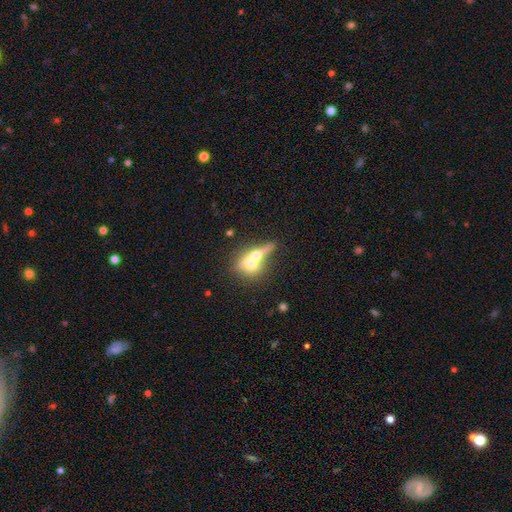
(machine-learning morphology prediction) This is possibly a smooth galaxy (57%). How rounded: possibly round (51%). Merging: likely merger (65%).